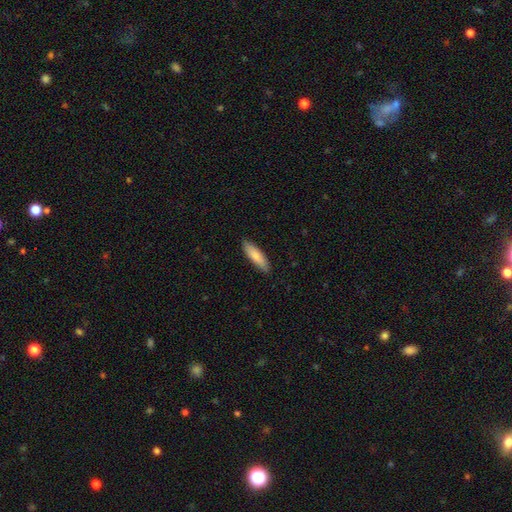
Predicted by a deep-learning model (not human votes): Morphology: type=smooth (82%); roundness=cigar-shaped (61%); merging=none (88%).